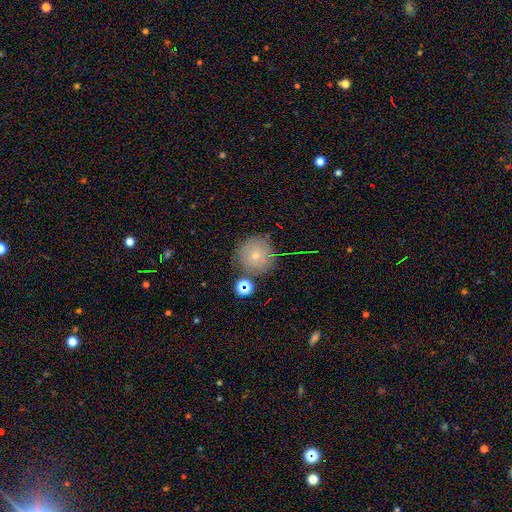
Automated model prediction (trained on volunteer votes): A smooth galaxy with no disk features (64%) that is round (95%). Merging: none (77%).